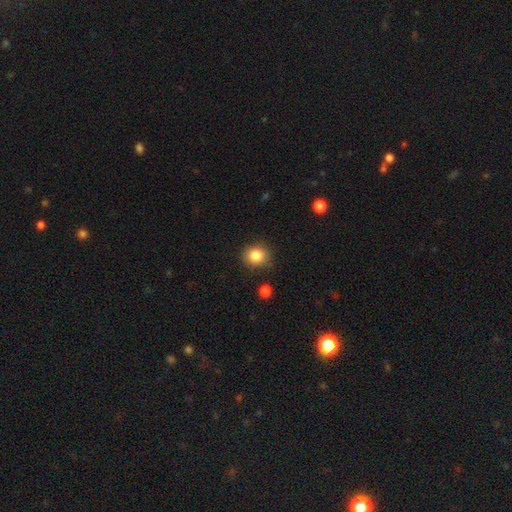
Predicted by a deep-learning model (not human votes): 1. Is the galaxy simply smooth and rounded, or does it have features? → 84% smooth, 10% star or artifact, 6% featured or disk.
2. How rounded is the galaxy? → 80% round, 19% in between, 1% cigar-shaped.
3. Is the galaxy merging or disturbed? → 86% none, 10% minor disturbance, 2% major disturbance, 2% merger.